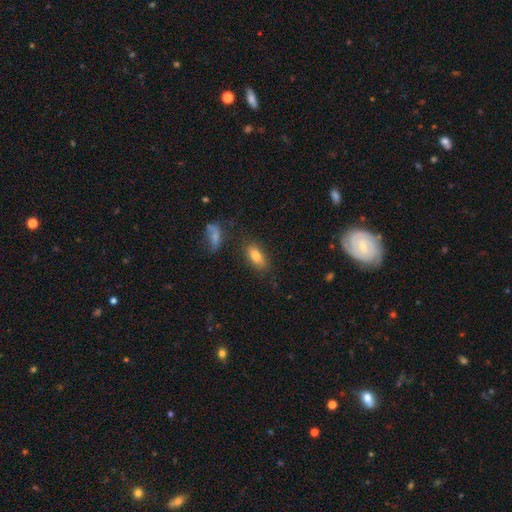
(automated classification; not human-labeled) smooth-or-featured: smooth: 78% | featured or disk: 13% | star or artifact: 9%
  how-rounded: in between: 81% | cigar-shaped: 15% | round: 4%
  merging: none: 77% | minor disturbance: 13% | merger: 6% | major disturbance: 4%